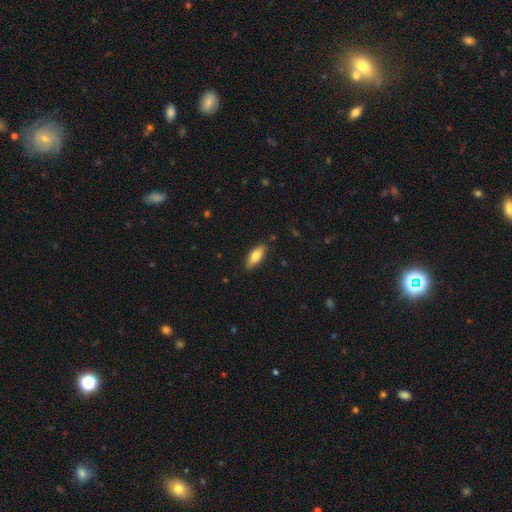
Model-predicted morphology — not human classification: smooth 75%, featured or disk 18%, star or artifact 6%. Down the decision tree: how rounded — in between (76%); merging — none (86%).